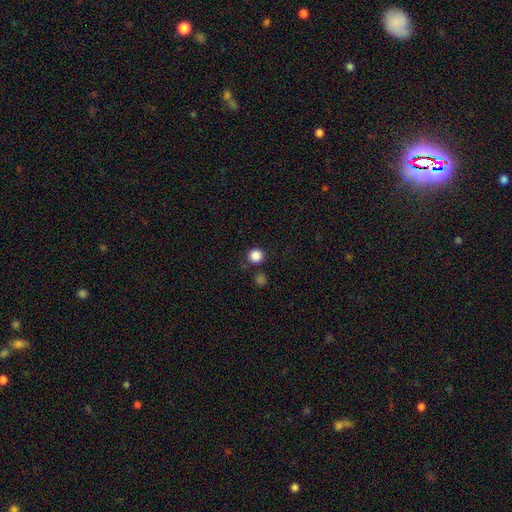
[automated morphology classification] type=smooth (86%); roundness=round (95%); merging=none (84%).